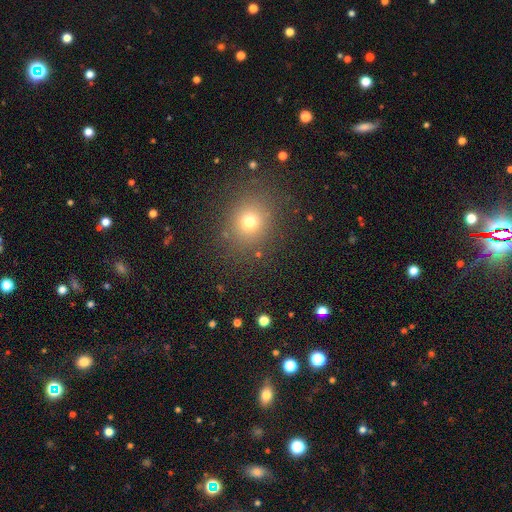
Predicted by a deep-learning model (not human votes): Smooth or featured?
  - smooth: 57% *
  - star or artifact: 35%
  - featured or disk: 8%
How rounded?
  - round: 81% *
  - in between: 18%
  - cigar-shaped: 1%
Merging?
  - none: 90% *
  - minor disturbance: 6%
  - major disturbance: 3%
  - merger: 2%